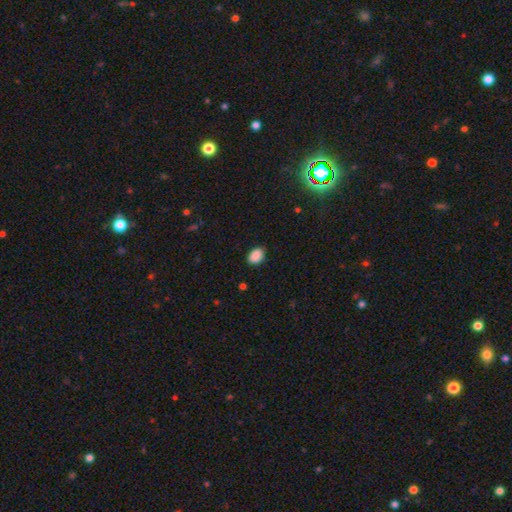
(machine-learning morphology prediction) A smooth galaxy with no disk features (89%) that is in between round and cigar-shaped (76%). Merging: none (86%).